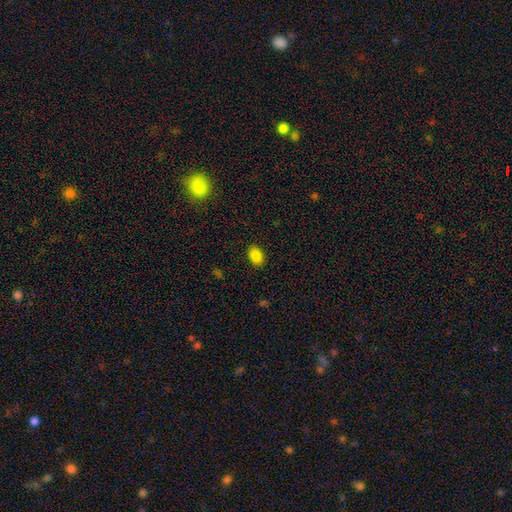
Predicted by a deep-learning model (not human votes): smooth_or_featured: smooth (p=0.86) [alt: star or artifact p=0.09]
how_rounded: in between (p=0.82) [alt: round p=0.16]
merging: none (p=0.88) [alt: minor disturbance p=0.09]